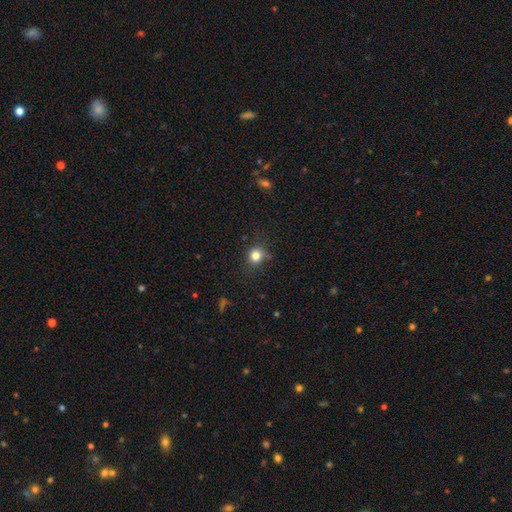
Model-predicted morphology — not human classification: Q: Smooth or featured?
A: smooth (81%); runner-up: star or artifact (13%)
Q: How rounded?
A: round (86%); runner-up: in between (13%)
Q: Merging?
A: none (82%); runner-up: minor disturbance (13%)